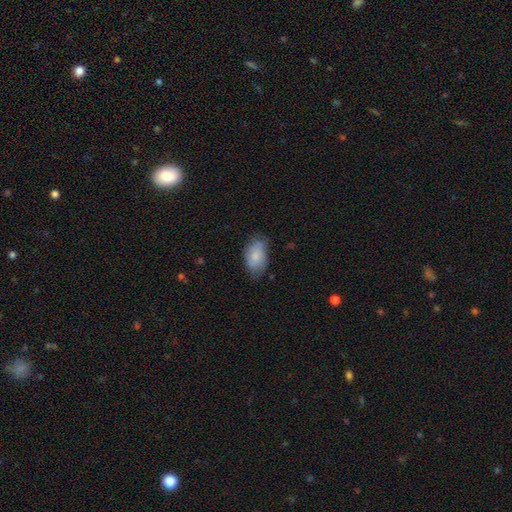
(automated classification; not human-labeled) A smooth galaxy with no disk features (82%) that is in between round and cigar-shaped (90%). Merging: none (61%).